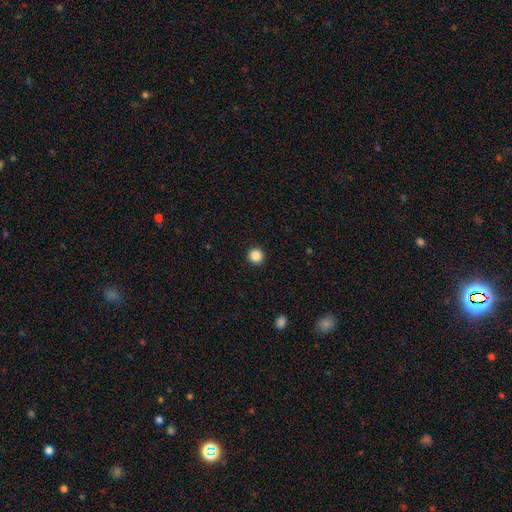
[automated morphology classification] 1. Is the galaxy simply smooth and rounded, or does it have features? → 87% smooth, 10% star or artifact, 3% featured or disk.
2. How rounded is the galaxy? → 96% round, 3% in between, 1% cigar-shaped.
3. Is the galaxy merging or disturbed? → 94% none, 4% minor disturbance, 1% major disturbance, 1% merger.